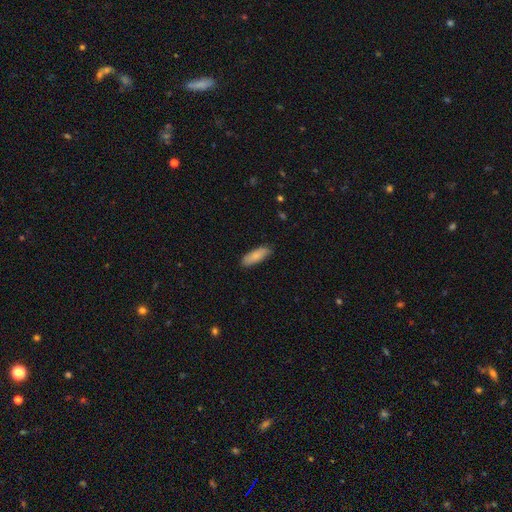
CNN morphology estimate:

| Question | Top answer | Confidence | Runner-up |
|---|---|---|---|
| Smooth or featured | smooth | 85% | featured or disk (10%) |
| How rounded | in between | 65% | cigar-shaped (33%) |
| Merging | none | 85% | minor disturbance (11%) |